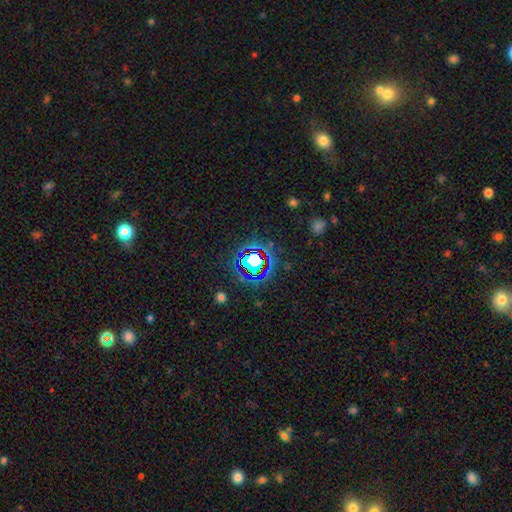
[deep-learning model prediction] star or artifact 77%, smooth 14%, featured or disk 9%.